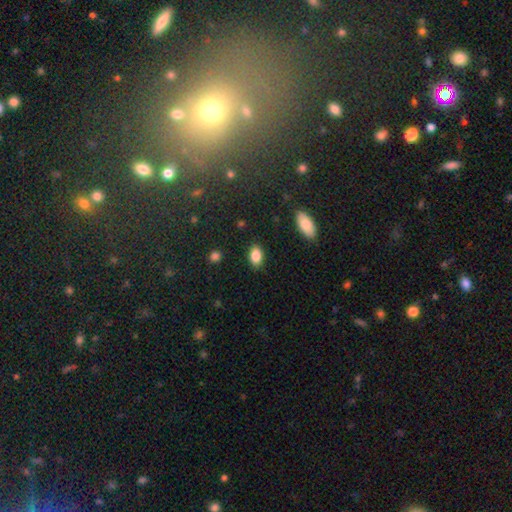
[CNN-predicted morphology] Q: Smooth or featured?
A: smooth (86%); runner-up: star or artifact (8%)
Q: How rounded?
A: in between (89%); runner-up: round (9%)
Q: Merging?
A: none (86%); runner-up: minor disturbance (10%)